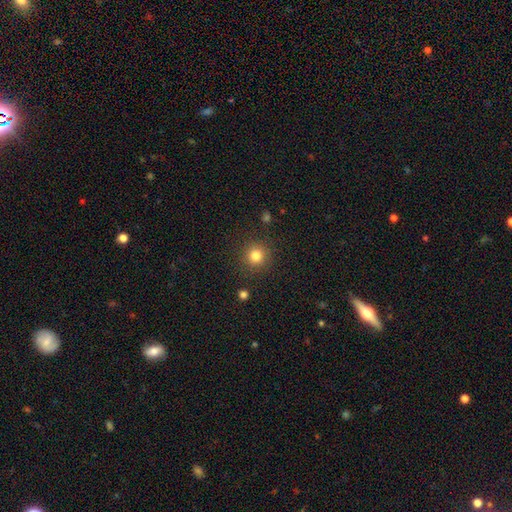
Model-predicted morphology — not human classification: Overall: smooth (82%). How rounded: round (94%). Merging: none (89%).